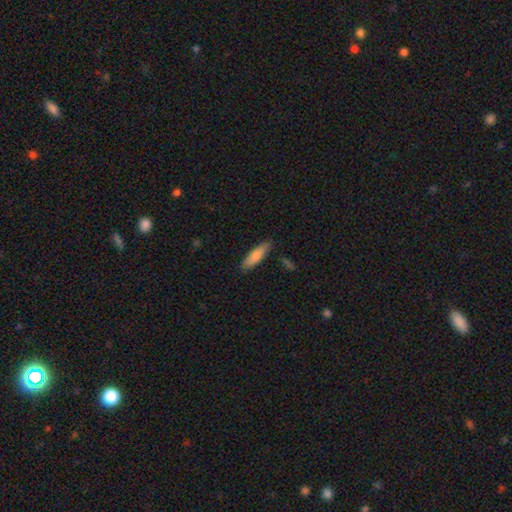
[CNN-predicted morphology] smooth 79%, featured or disk 15%, star or artifact 6%. Down the decision tree: how rounded — cigar-shaped (65%); merging — none (86%).